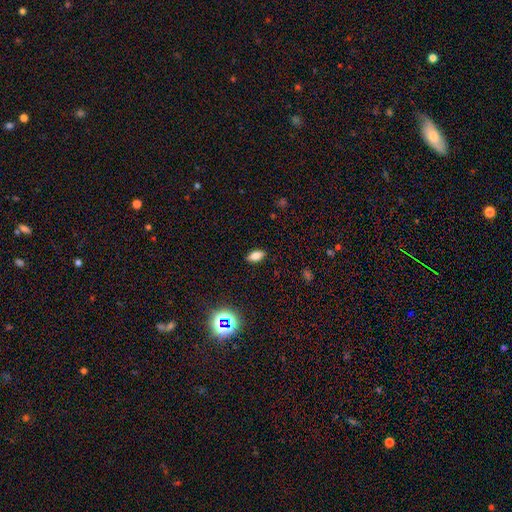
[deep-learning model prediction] smooth_or_featured: smooth (p=0.76) [alt: star or artifact p=0.13]
how_rounded: in between (p=0.86) [alt: cigar-shaped p=0.09]
merging: none (p=0.88) [alt: minor disturbance p=0.09]